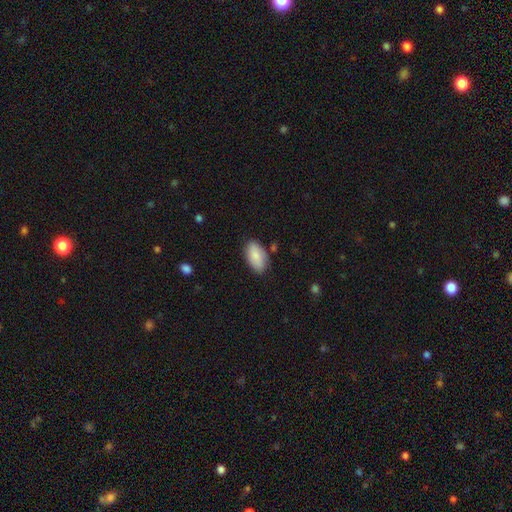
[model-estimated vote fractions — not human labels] smooth 86%, featured or disk 8%, star or artifact 6%. Down the decision tree: how rounded — in between (94%); merging — none (80%).